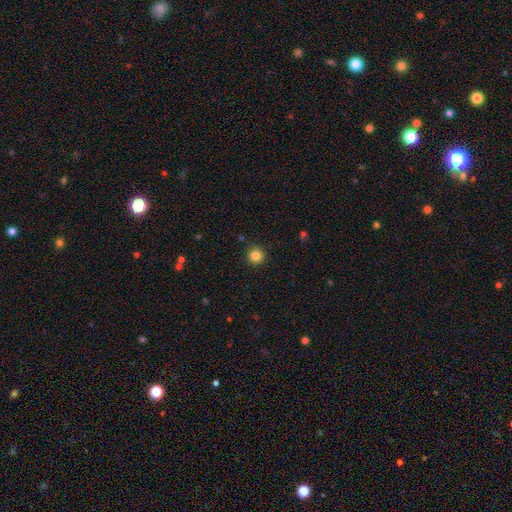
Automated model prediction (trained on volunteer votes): Smooth or featured: smooth — 84% (star or artifact — 12%)
How rounded: round — 95% (in between — 4%)
Merging: none — 91% (minor disturbance — 6%)